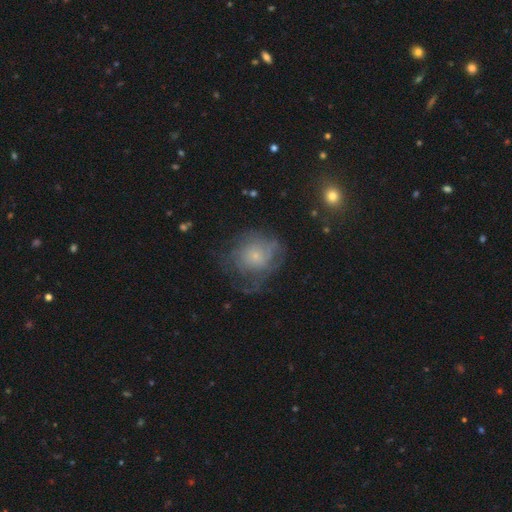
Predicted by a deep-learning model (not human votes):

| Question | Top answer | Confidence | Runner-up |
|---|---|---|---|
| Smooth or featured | featured or disk | 46% | smooth (42%) |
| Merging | none | 50% | major disturbance (25%) |